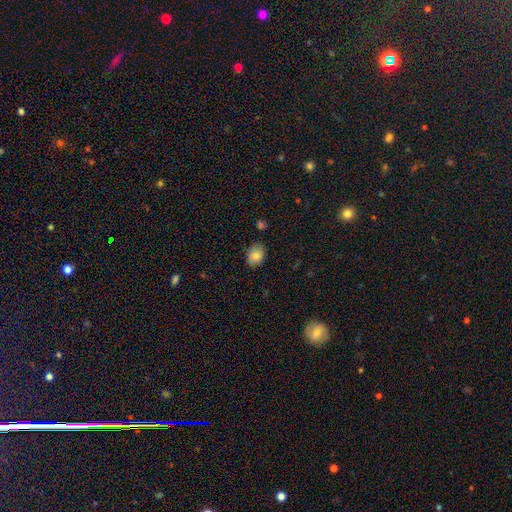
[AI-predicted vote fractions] This appears to be a smooth galaxy with no disk features (83%) that is in between round and cigar-shaped (67%). Merging: none (80%).